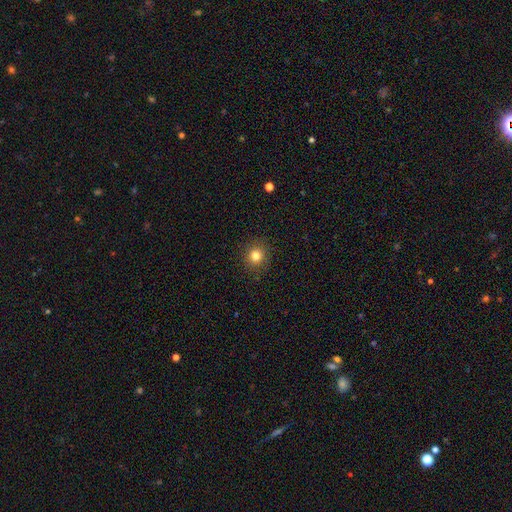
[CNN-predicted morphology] Overall: smooth (81%). How rounded: round (89%). Merging: none (90%).